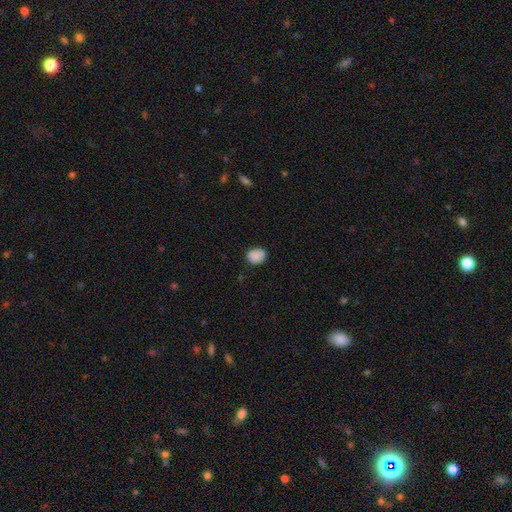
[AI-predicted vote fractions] Smooth or featured: smooth — 86% (star or artifact — 9%)
How rounded: round — 53% (in between — 46%)
Merging: none — 71% (minor disturbance — 22%)